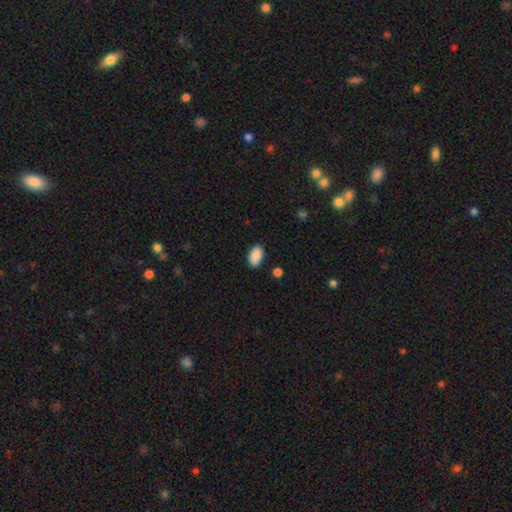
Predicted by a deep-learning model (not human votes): This is clearly a smooth galaxy (90%). How rounded: clearly in between (94%). Merging: clearly none (85%).